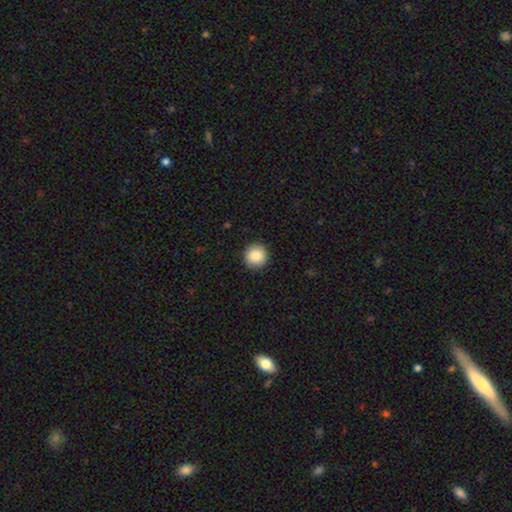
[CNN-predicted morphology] This appears to be a smooth galaxy with no disk features (86%) that is round (95%). Merging: none (93%).